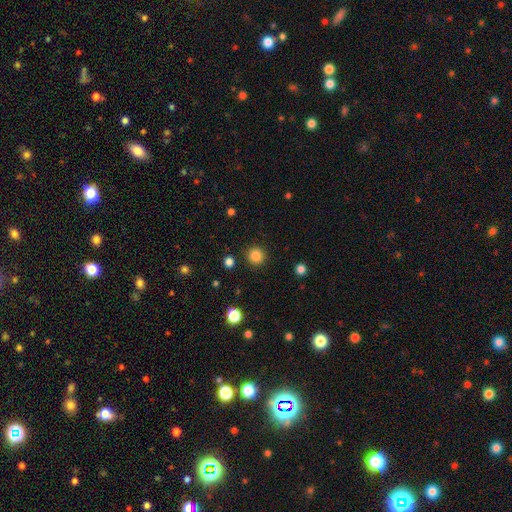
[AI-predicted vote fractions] Morphology: type=smooth (84%); roundness=round (95%); merging=none (91%).